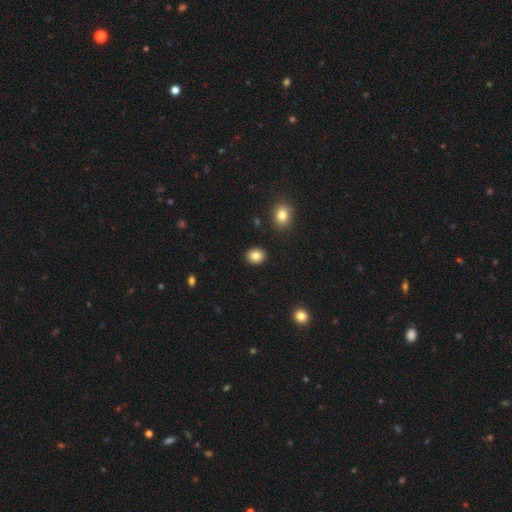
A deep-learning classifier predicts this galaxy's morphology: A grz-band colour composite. It shows a smooth galaxy with no disk features (84%) that is round (66%). Merging: none (91%).